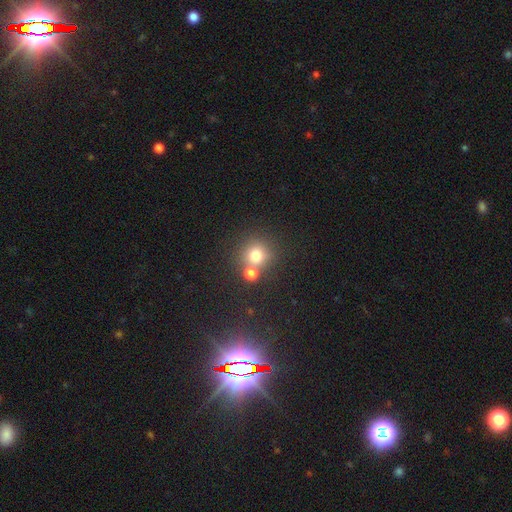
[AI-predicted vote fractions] Smooth or featured? smooth (75%)
How rounded? round (89%)
Merging? none (57%)